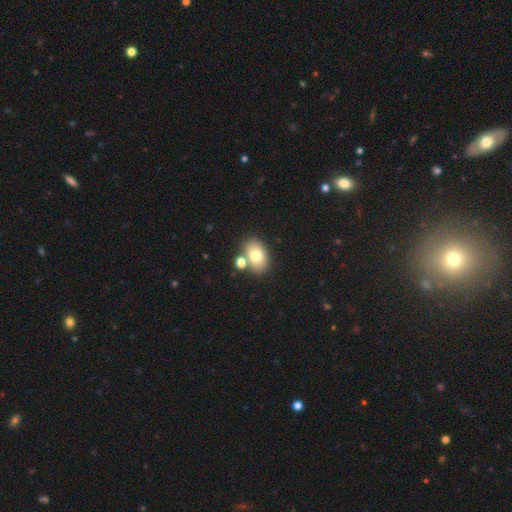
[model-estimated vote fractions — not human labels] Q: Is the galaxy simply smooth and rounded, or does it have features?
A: smooth — 74%.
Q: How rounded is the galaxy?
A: in between — 81%.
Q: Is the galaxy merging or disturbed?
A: none — 66%.